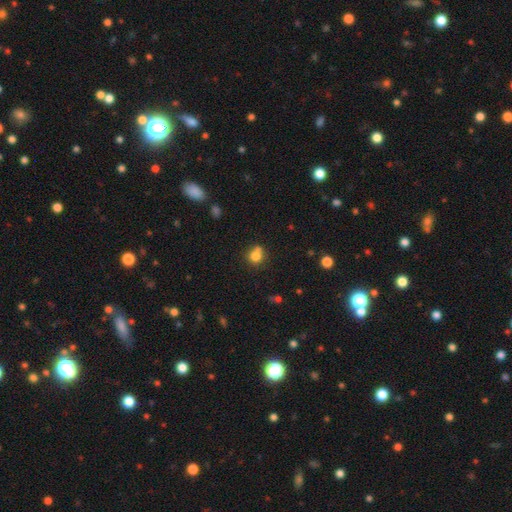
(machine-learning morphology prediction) This appears to be a smooth galaxy with no disk features (78%) that is round (79%). Merging: none (52%).